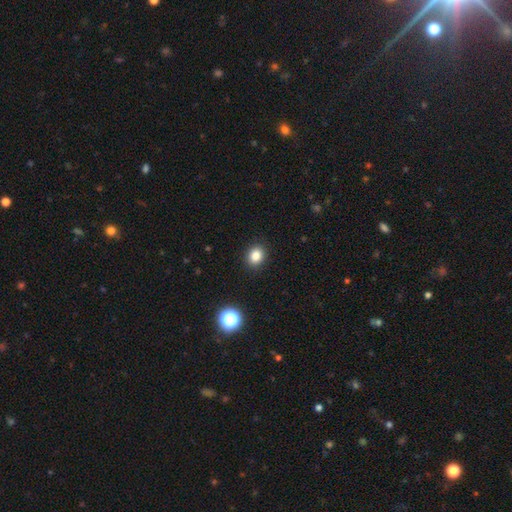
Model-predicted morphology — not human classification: A smooth galaxy with no disk features (84%) that is round (61%). Merging: none (90%).